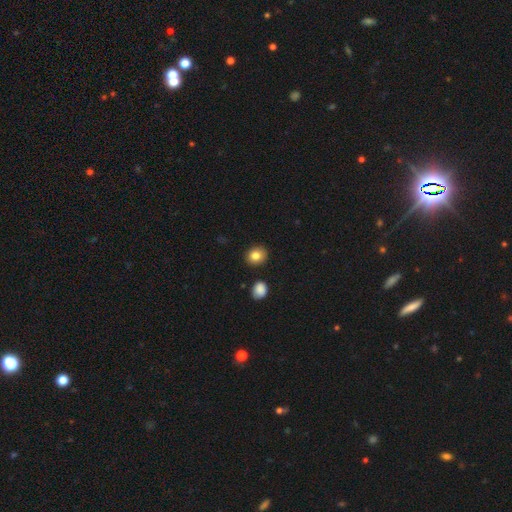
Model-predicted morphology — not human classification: This is clearly a smooth galaxy (83%). How rounded: likely round (75%). Merging: clearly none (88%).